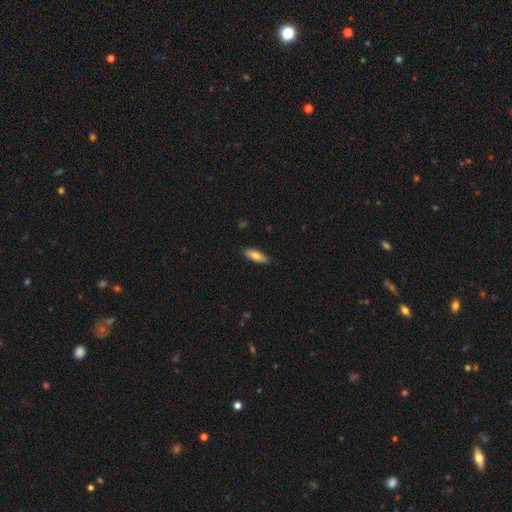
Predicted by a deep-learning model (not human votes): Overall: smooth (74%). How rounded: in between (57%; cigar-shaped 41%). Merging: none (88%).